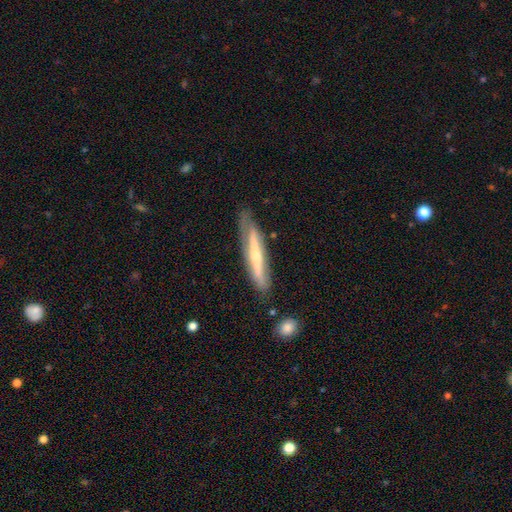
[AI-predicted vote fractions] Morphology: type=featured or disk (65%); edge-on=yes (75%); merging=none (72%).